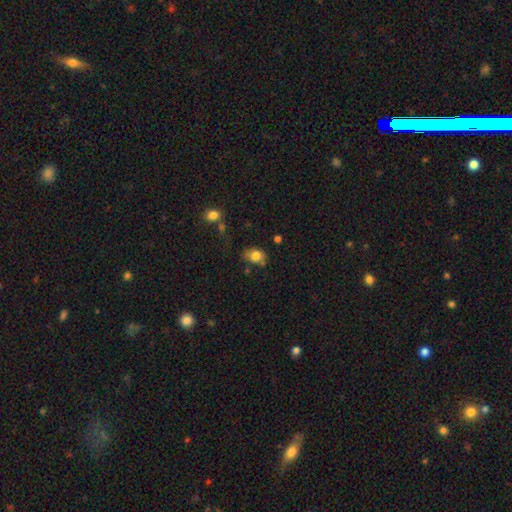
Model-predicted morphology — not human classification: This appears to be a smooth galaxy with no disk features (80%) that is in between round and cigar-shaped (71%). Merging: none (63%).